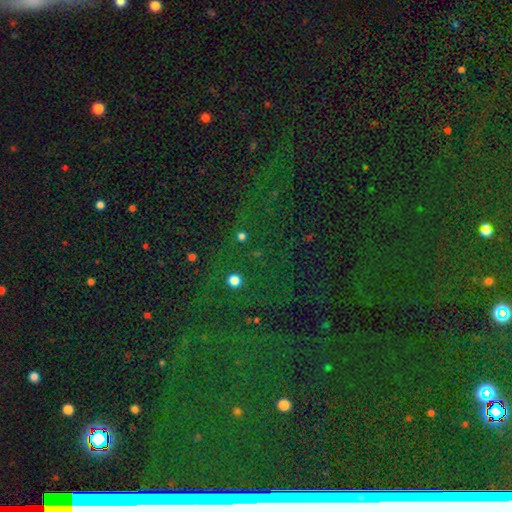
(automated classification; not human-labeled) smooth_or_featured: star or artifact (p=0.78) [alt: smooth p=0.13]